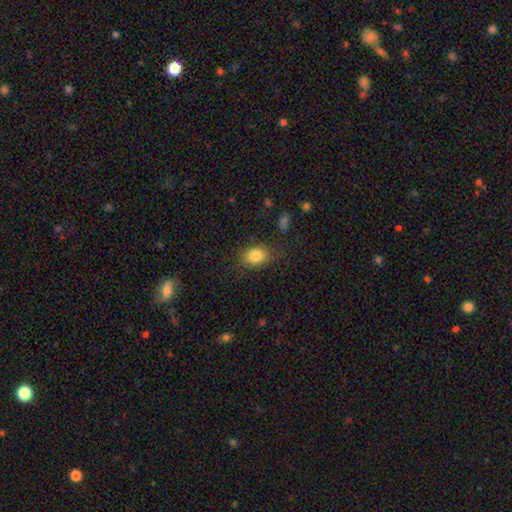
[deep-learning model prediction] smooth 83%, star or artifact 10%, featured or disk 8%. Down the decision tree: how rounded — in between (62%); merging — none (78%).